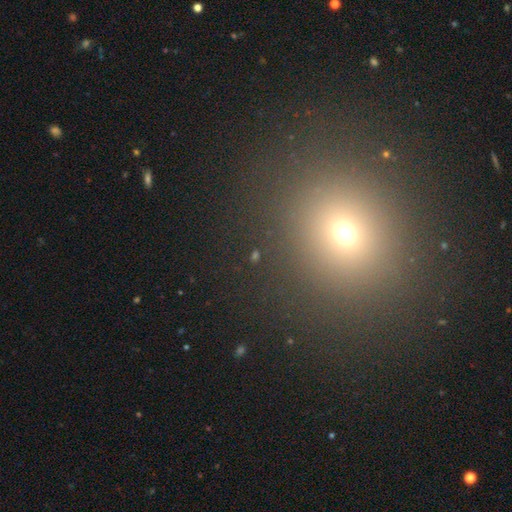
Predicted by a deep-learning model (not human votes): Q: Smooth or featured?
A: star or artifact (46%); runner-up: smooth (43%)